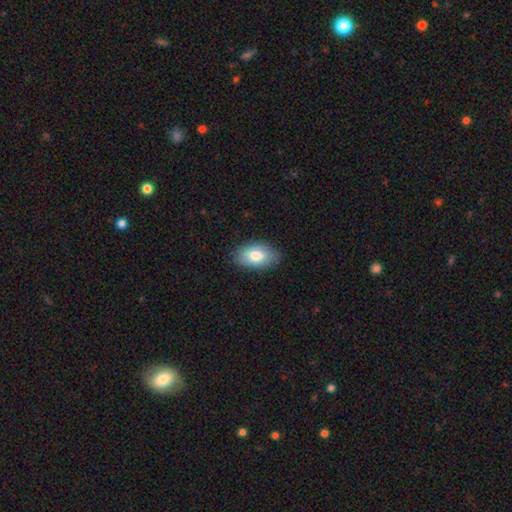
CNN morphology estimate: smooth_or_featured: smooth (p=0.79) [alt: featured or disk p=0.14]
how_rounded: in between (p=0.93) [alt: round p=0.05]
merging: none (p=0.85) [alt: minor disturbance p=0.12]